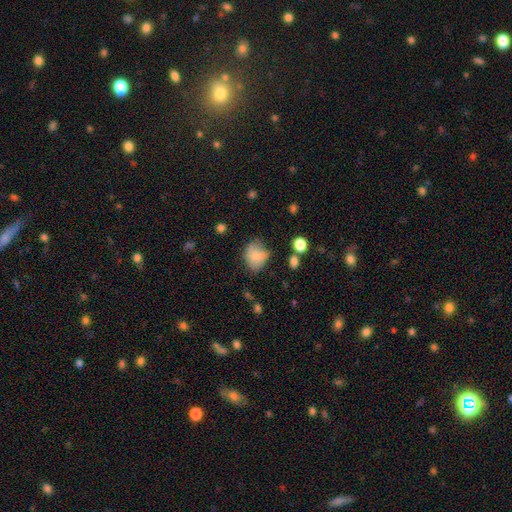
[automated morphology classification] type=smooth (74%); roundness=in between (51%); merging=none (48%).